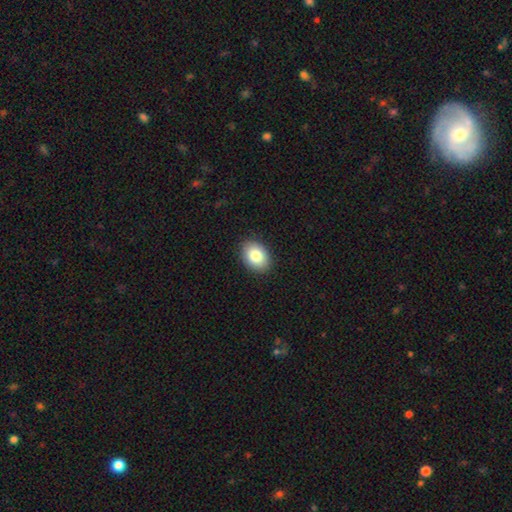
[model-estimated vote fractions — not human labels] This is clearly a smooth galaxy (83%). How rounded: likely in between (76%). Merging: clearly none (90%).